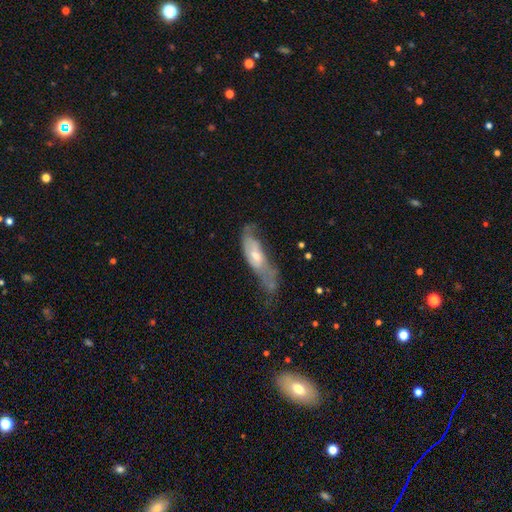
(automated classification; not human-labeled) This is possibly a featured or disk galaxy (49%). Merging: marginally major disturbance (36%).